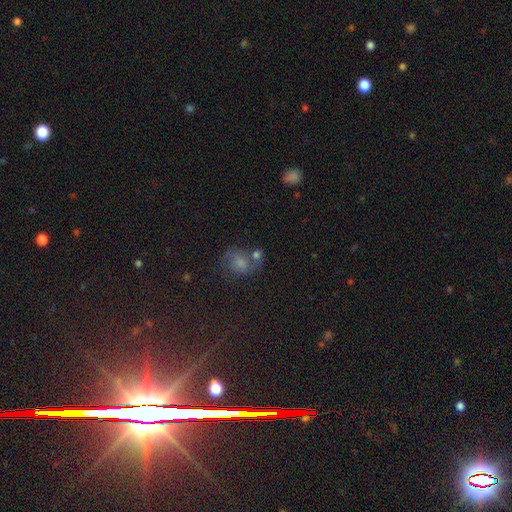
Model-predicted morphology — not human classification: smooth 47%, featured or disk 30%, star or artifact 23%. Down the decision tree: merging — none (48%).